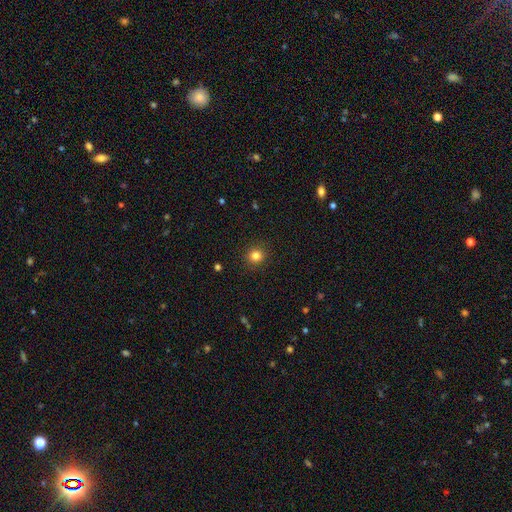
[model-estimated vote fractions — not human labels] Smooth or featured? Predicted: smooth (p=0.82). How rounded? Predicted: round (p=0.90). Merging? Predicted: none (p=0.92).